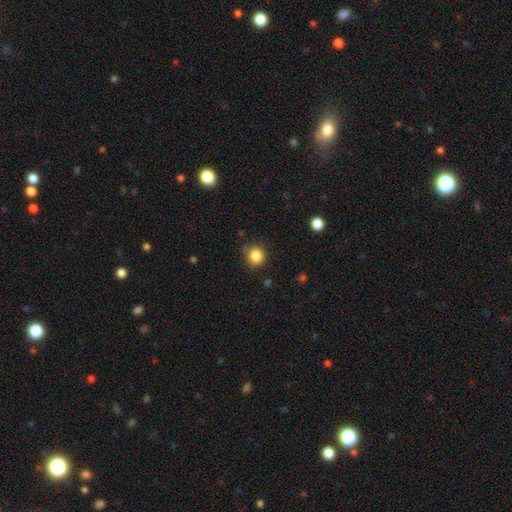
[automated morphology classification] A smooth galaxy with no disk features (85%) that is round (89%).

Vote fractions:
- Smooth or featured? smooth: 85% / star or artifact: 11% / featured or disk: 4%
- How rounded? round: 89% / in between: 10% / cigar-shaped: 1%
- Merging? none: 80% / minor disturbance: 15% / major disturbance: 3% / merger: 2%